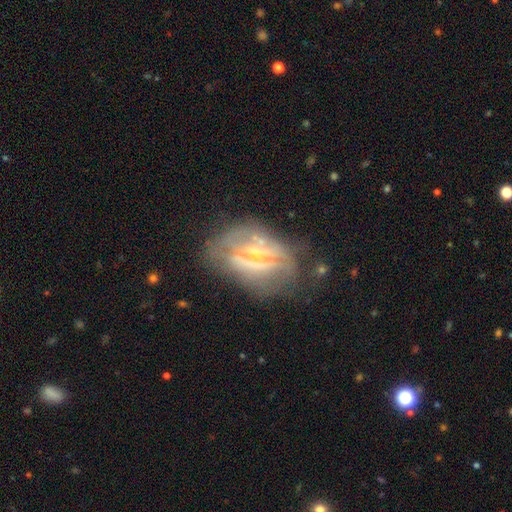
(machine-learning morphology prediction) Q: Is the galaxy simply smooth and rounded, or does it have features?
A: featured or disk — 66%.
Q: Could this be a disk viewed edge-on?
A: no — 86%.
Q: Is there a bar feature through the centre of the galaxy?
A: no — 65%.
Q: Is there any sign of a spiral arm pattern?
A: no — 70%.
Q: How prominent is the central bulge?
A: small — 39%.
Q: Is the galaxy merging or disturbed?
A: none — 48%.